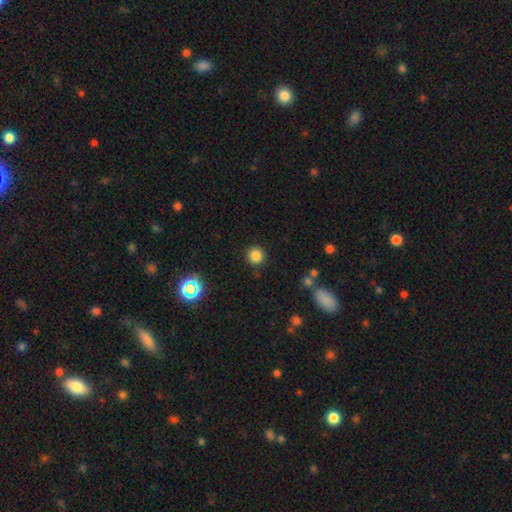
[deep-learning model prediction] Overall: smooth (82%). How rounded: round (93%). Merging: none (89%).